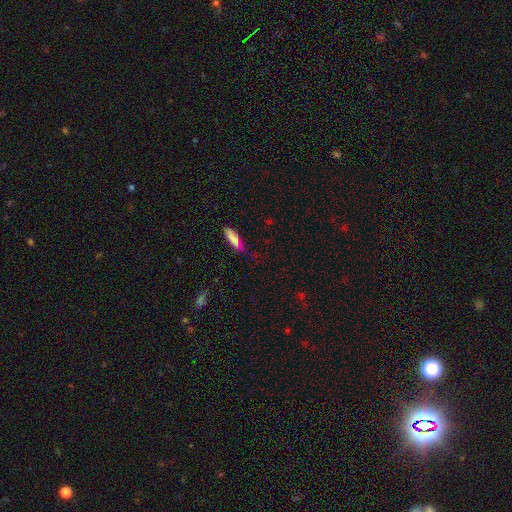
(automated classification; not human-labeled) Q: Smooth or featured?
A: smooth (76%); runner-up: star or artifact (14%)
Q: How rounded?
A: cigar-shaped (60%); runner-up: in between (35%)
Q: Merging?
A: none (63%); runner-up: minor disturbance (26%)